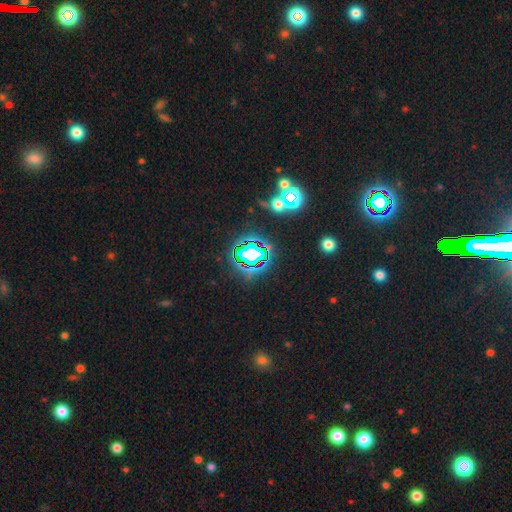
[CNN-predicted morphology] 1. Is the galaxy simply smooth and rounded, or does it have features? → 80% star or artifact, 12% smooth, 7% featured or disk.